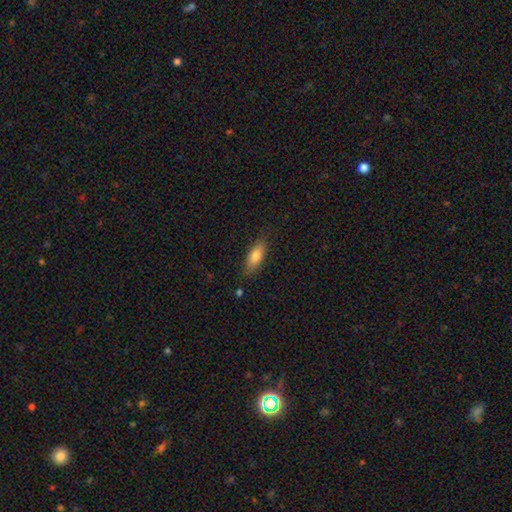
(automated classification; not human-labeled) Overall: smooth (79%). How rounded: in between (71%). Merging: none (83%).